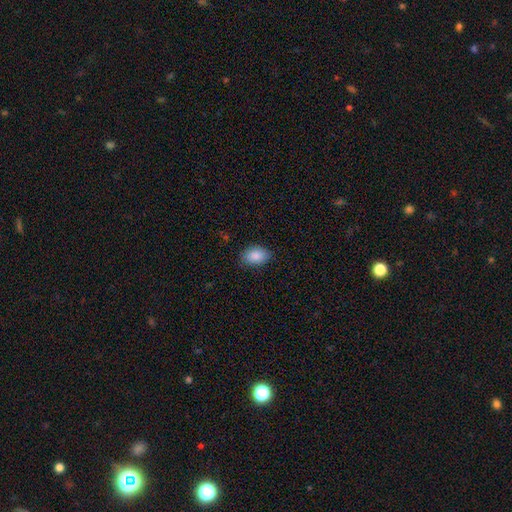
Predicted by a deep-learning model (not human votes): Smooth or featured: smooth — 88% (star or artifact — 7%)
How rounded: in between — 87% (round — 12%)
Merging: none — 83% (minor disturbance — 13%)